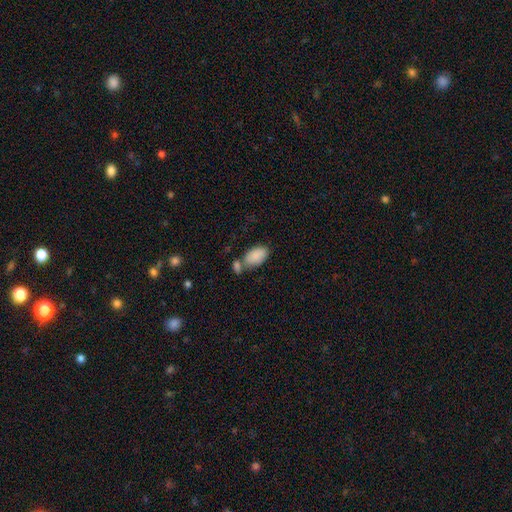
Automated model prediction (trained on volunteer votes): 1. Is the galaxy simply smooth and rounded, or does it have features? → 87% smooth, 6% featured or disk, 6% star or artifact.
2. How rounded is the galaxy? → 95% in between, 3% round, 2% cigar-shaped.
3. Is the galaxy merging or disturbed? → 51% none, 29% merger, 15% minor disturbance, 5% major disturbance.